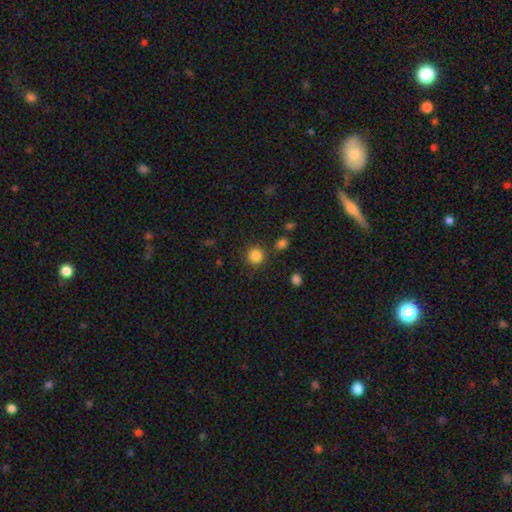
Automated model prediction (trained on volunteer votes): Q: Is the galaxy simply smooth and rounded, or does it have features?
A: smooth — 84%.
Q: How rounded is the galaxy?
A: round — 92%.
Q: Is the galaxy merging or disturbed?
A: none — 85%.